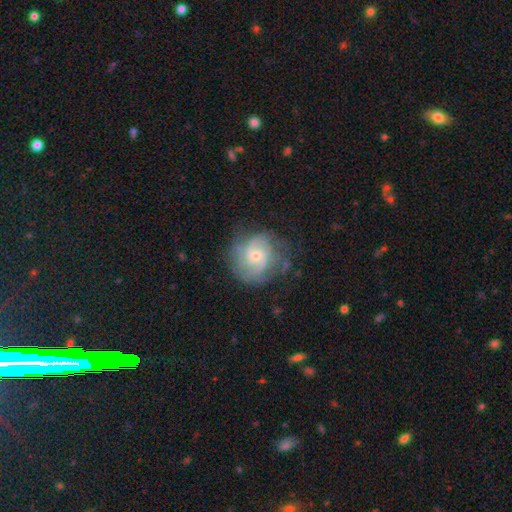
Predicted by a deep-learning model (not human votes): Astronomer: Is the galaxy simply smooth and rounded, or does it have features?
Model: featured or disk — 81%.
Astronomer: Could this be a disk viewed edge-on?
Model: no — 98%.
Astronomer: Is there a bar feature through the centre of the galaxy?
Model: no — 60% (runner-up: weak, 35%).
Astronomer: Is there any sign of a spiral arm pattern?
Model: yes — 95%.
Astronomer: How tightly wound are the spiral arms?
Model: tight — 50% (runner-up: medium, 39%).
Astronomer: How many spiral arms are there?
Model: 2 — 44% (runner-up: can't tell, 24%).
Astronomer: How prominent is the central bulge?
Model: small — 57% (runner-up: moderate, 38%).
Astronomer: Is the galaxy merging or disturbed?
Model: none — 72%.